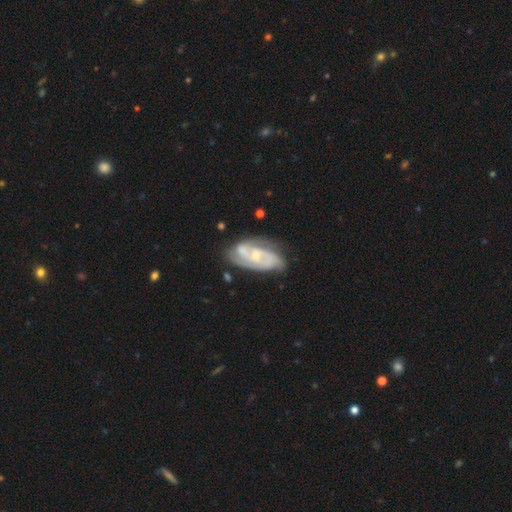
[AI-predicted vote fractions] Smooth or featured?
  - featured or disk: 83% *
  - smooth: 11%
  - star or artifact: 5%
Edge-on disk?
  - no: 96% *
  - yes: 4%
Bar?
  - no: 55% *
  - weak: 36%
  - strong: 9%
Spiral arms?
  - yes: 96% *
  - no: 4%
Spiral winding?
  - tight: 48% *
  - medium: 42%
  - loose: 10%
Spiral arm count?
  - 2: 44% *
  - 3: 28%
  - can't tell: 16%
  - 4: 5%
  - 1: 3%
  - more than 4: 3%
Bulge size?
  - small: 59% *
  - moderate: 34%
  - none: 5%
  - large: 2%
  - dominant: 1%
Merging?
  - none: 67% *
  - minor disturbance: 22%
  - major disturbance: 8%
  - merger: 3%